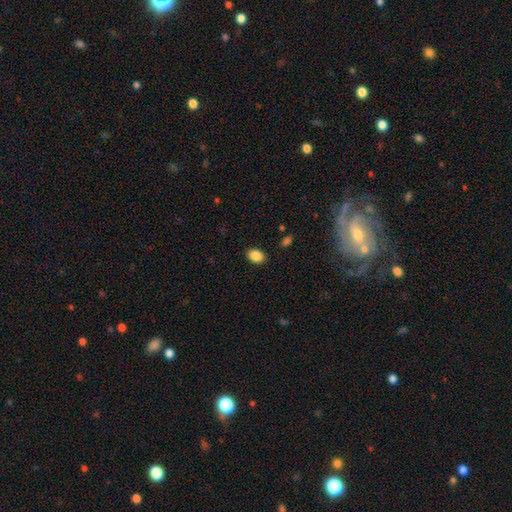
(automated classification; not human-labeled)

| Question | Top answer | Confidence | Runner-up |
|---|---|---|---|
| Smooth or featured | smooth | 87% | star or artifact (8%) |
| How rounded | in between | 74% | round (25%) |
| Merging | none | 88% | minor disturbance (8%) |